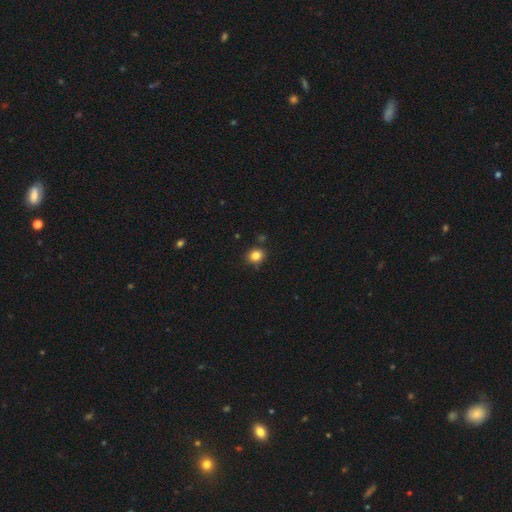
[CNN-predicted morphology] Smooth or featured?
  - smooth: 84% *
  - star or artifact: 12%
  - featured or disk: 5%
How rounded?
  - round: 76% *
  - in between: 23%
  - cigar-shaped: 1%
Merging?
  - none: 85% *
  - minor disturbance: 10%
  - merger: 3%
  - major disturbance: 2%